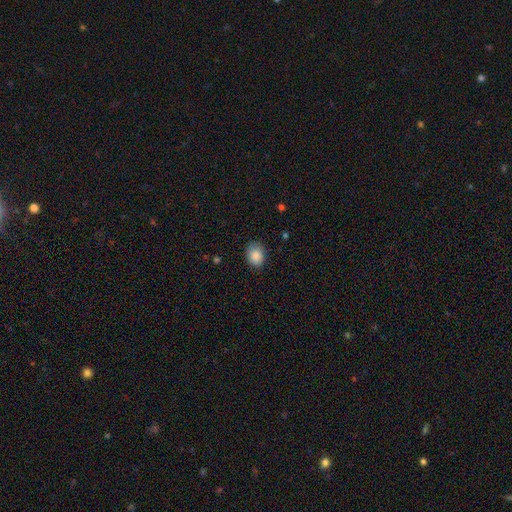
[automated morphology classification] The model was most divided on "how rounded": in between: 59%, round: 40%, cigar-shaped: 1%. More confident: smooth or featured — smooth (87%); merging — none (80%).